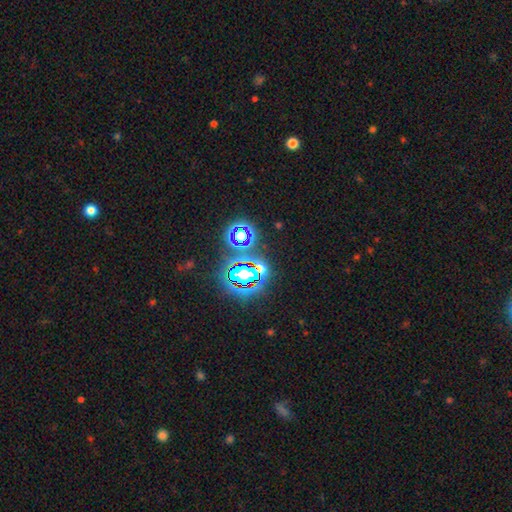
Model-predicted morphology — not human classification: star or artifact 79%, smooth 14%, featured or disk 7%.